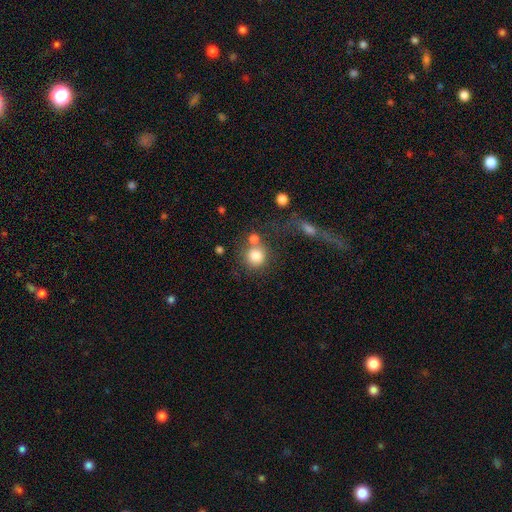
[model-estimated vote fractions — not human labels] This appears to be a smooth galaxy with no disk features (81%) that is round (90%). Merging: none (60%).